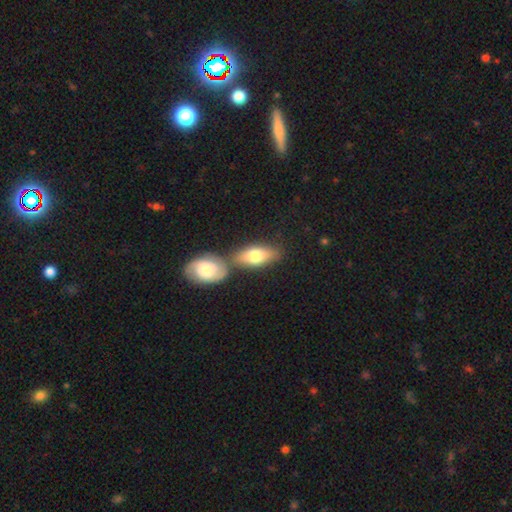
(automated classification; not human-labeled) Smooth or featured? smooth (67%)
How rounded? in between (83%)
Merging? none (47%)